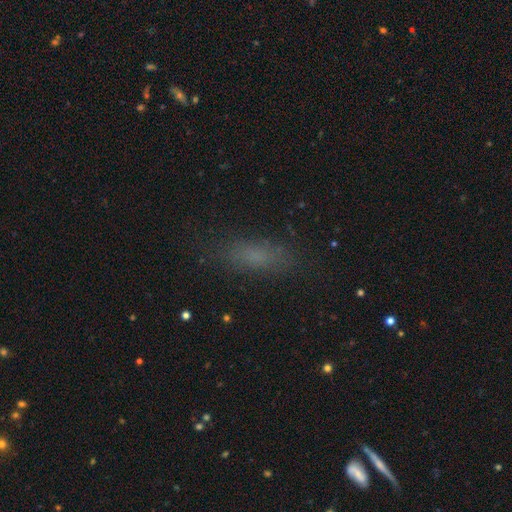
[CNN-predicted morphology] Overall: smooth (70%). How rounded: in between (58%; cigar-shaped 38%). Merging: none (79%).